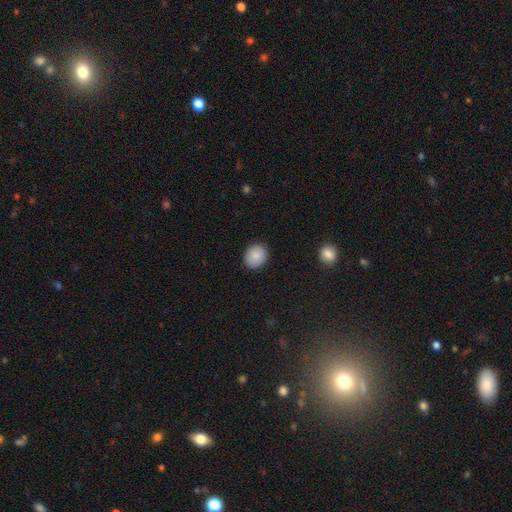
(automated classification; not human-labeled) The model was most divided on "how rounded": round: 61%, in between: 38%, cigar-shaped: 1%. More confident: merging — none (89%); smooth or featured — smooth (87%).